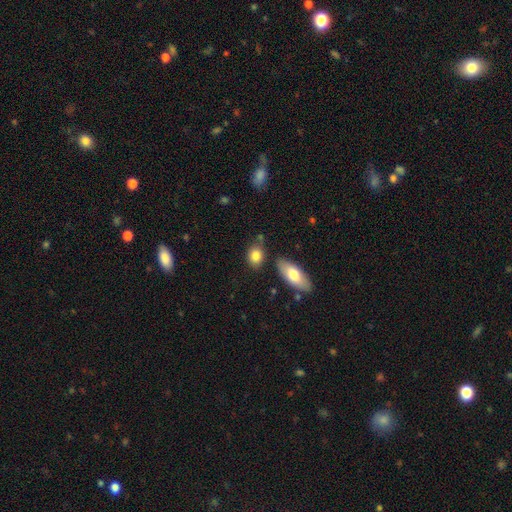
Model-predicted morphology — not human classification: Smooth or featured? smooth (82%)
How rounded? in between (69%)
Merging? none (70%)